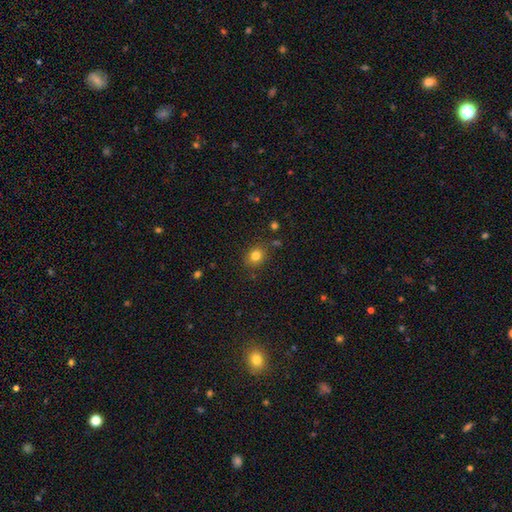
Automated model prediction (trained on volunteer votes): Smooth or featured?
  - smooth: 81% *
  - star or artifact: 12%
  - featured or disk: 7%
How rounded?
  - round: 66% *
  - in between: 33%
  - cigar-shaped: 1%
Merging?
  - none: 83% *
  - minor disturbance: 11%
  - major disturbance: 3%
  - merger: 3%